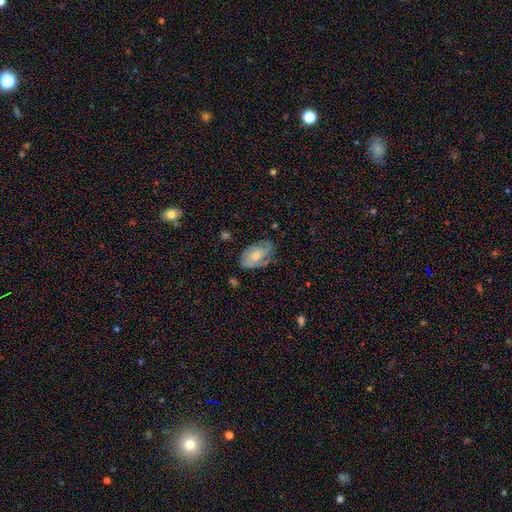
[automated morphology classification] Q: Smooth or featured?
A: featured or disk (70%); runner-up: smooth (22%)
Q: Edge-on disk?
A: no (95%); runner-up: yes (5%)
Q: Bar?
A: no (67%); runner-up: weak (28%)
Q: Spiral arms?
A: yes (89%); runner-up: no (11%)
Q: Spiral winding?
A: tight (59%); runner-up: medium (32%)
Q: Spiral arm count?
A: 2 (39%); runner-up: can't tell (32%)
Q: Bulge size?
A: moderate (57%); runner-up: small (35%)
Q: Merging?
A: none (73%); runner-up: minor disturbance (19%)